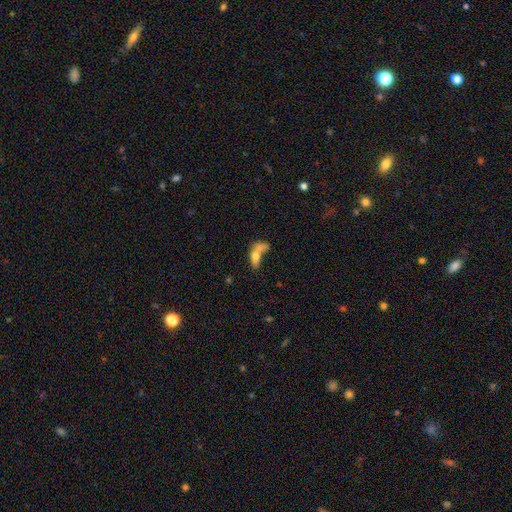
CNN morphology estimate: A smooth galaxy with no disk features (65%) that is in between round and cigar-shaped (72%).

Vote fractions:
- Smooth or featured? smooth: 65% / featured or disk: 25% / star or artifact: 10%
- How rounded? in between: 72% / round: 14% / cigar-shaped: 13%
- Merging? merger: 62% / none: 17% / major disturbance: 12% / minor disturbance: 8%